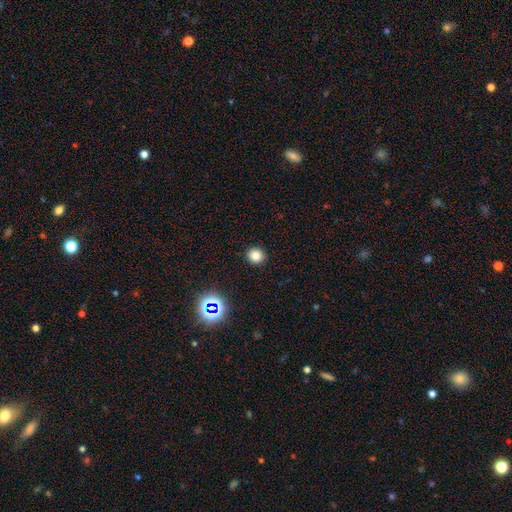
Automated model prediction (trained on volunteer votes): Smooth or featured: smooth — 78% (star or artifact — 16%)
How rounded: round — 86% (in between — 13%)
Merging: none — 91% (minor disturbance — 6%)